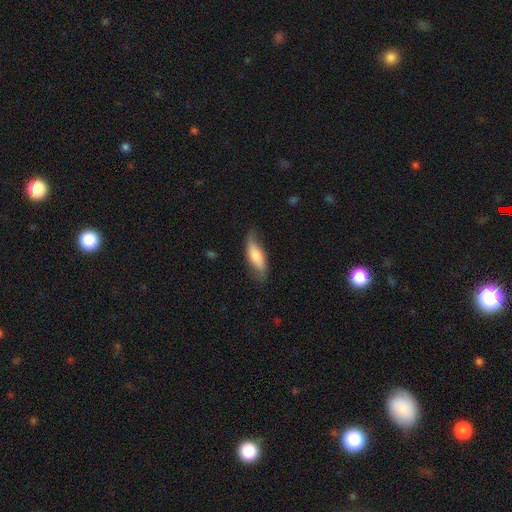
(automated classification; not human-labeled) smooth 66%, featured or disk 28%, star or artifact 6%. Down the decision tree: how rounded — in between (61%); merging — none (61%).